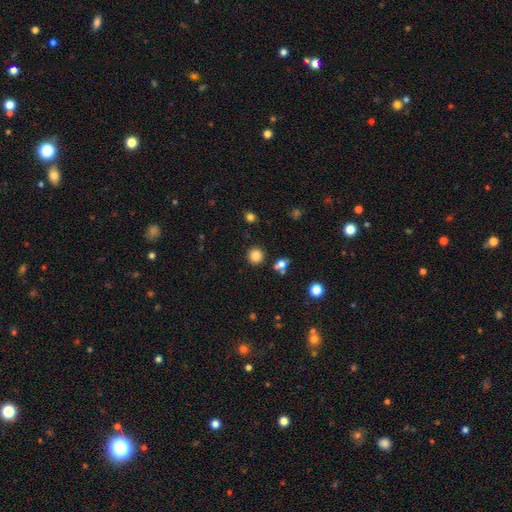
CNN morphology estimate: type=smooth (83%); roundness=round (93%); merging=none (87%).